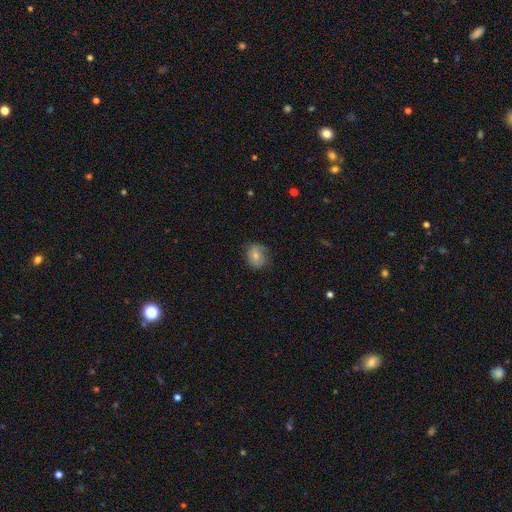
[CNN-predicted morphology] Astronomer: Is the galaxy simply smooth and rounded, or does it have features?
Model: smooth — 69%.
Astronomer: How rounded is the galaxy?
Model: round — 61% (runner-up: in between, 38%).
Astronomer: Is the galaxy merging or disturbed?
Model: none — 69%.